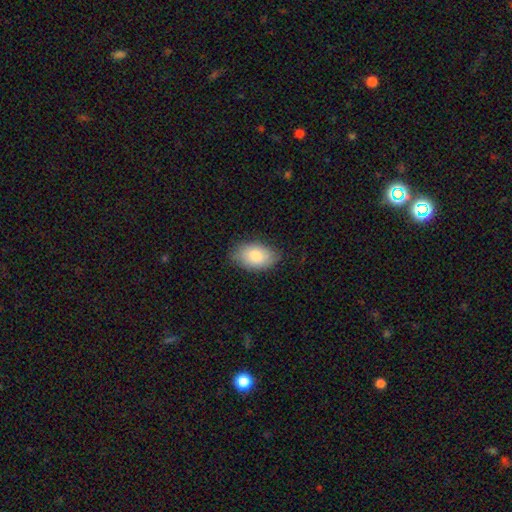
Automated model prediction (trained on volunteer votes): Morphology: type=smooth (81%); roundness=in between (91%); merging=none (81%).